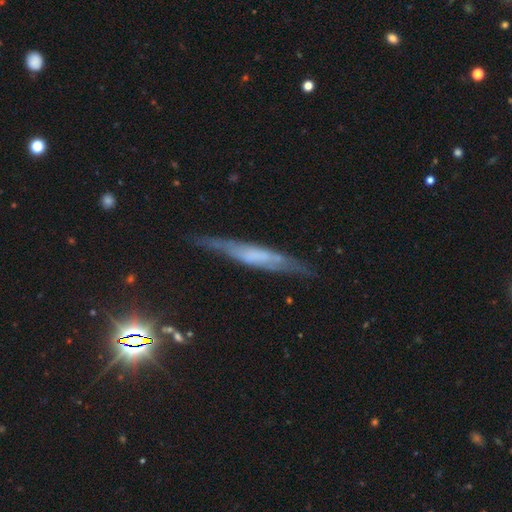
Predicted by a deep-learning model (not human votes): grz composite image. It shows a featured or disk galaxy (60%) viewed edge-on (84%) with no central bulge (46%). Merging: none (72%).